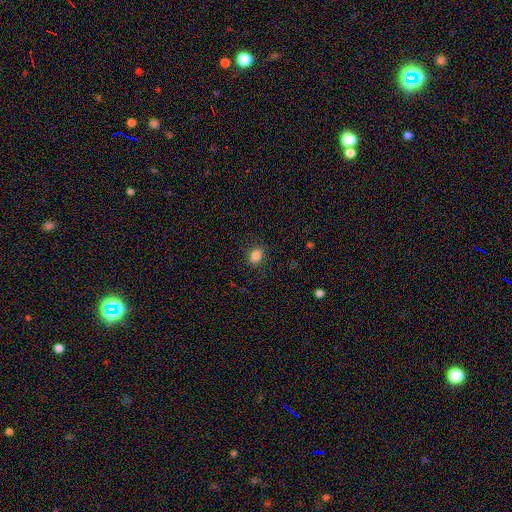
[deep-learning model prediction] A smooth galaxy with no disk features (86%) that is in between round and cigar-shaped (78%). Merging: none (84%).